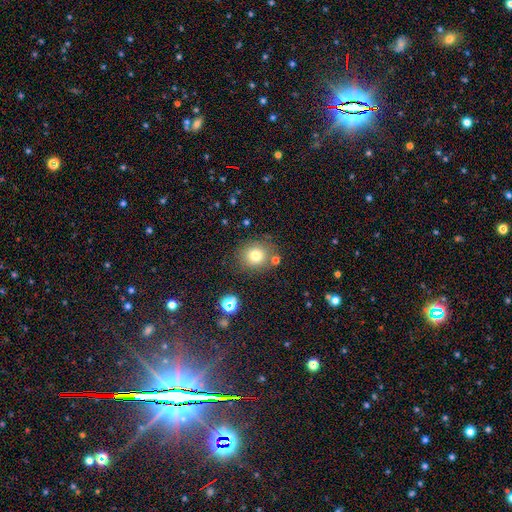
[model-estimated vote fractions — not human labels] This appears to be a smooth galaxy with no disk features (76%) that is round (83%). Merging: none (78%).